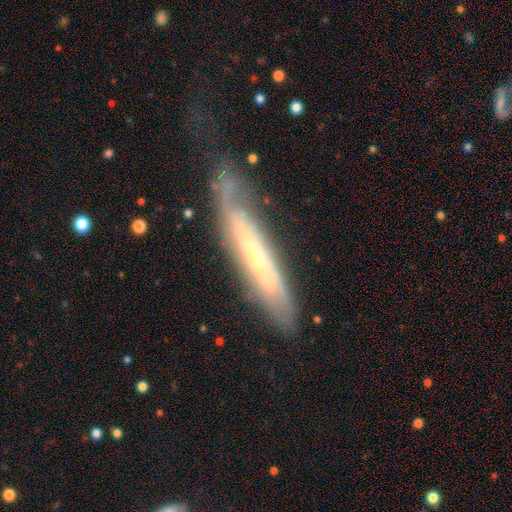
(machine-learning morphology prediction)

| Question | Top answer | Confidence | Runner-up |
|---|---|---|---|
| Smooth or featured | featured or disk | 63% | smooth (30%) |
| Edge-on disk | yes | 60% | no (40%) |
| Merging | none | 54% | minor disturbance (28%) |